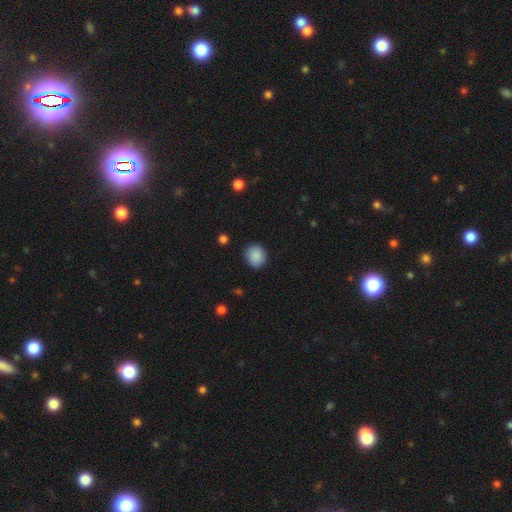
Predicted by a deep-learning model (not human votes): This appears to be a smooth galaxy with no disk features (88%) that is round (79%). Merging: none (87%).